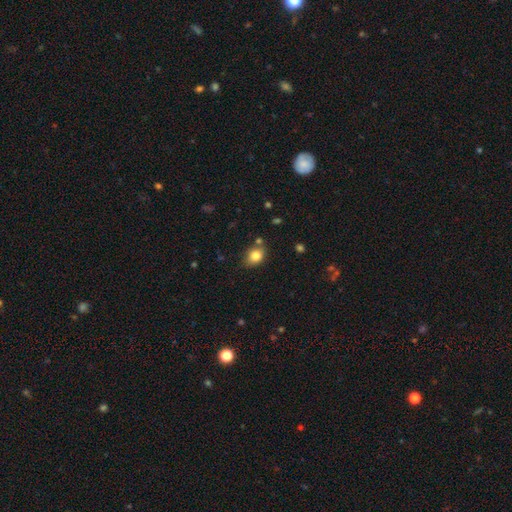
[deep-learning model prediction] Smooth or featured?
  - smooth: 82% *
  - star or artifact: 10%
  - featured or disk: 8%
How rounded?
  - in between: 53% *
  - round: 46%
  - cigar-shaped: 1%
Merging?
  - none: 69% *
  - minor disturbance: 19%
  - merger: 8%
  - major disturbance: 4%